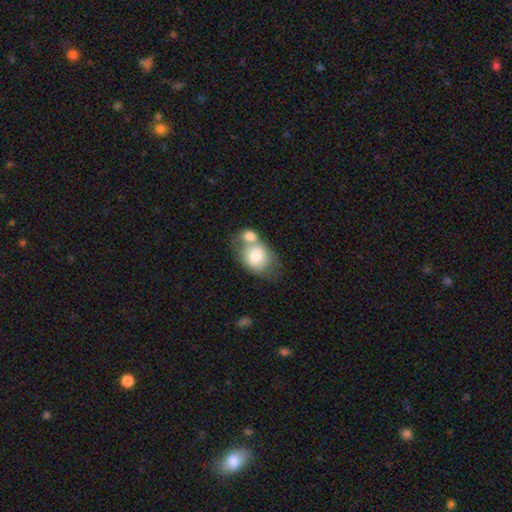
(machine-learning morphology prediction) The model was most divided on "how rounded": in between: 61%, round: 38%, cigar-shaped: 1%. More confident: smooth or featured — smooth (74%); merging — merger (58%).